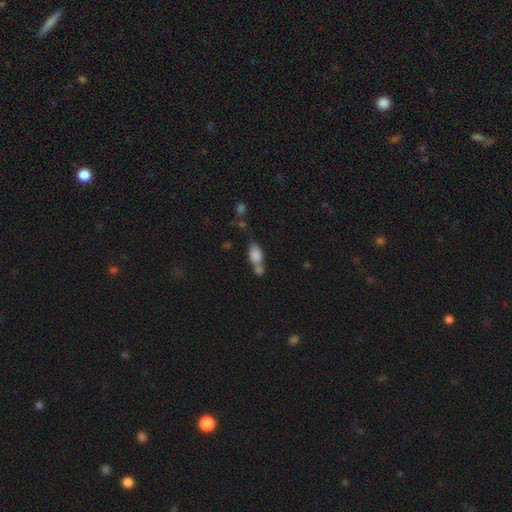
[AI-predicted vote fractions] The model was most divided on "merging": merger: 50%, none: 28%, minor disturbance: 14%, major disturbance: 8%. More confident: how rounded — in between (81%); smooth or featured — smooth (77%).